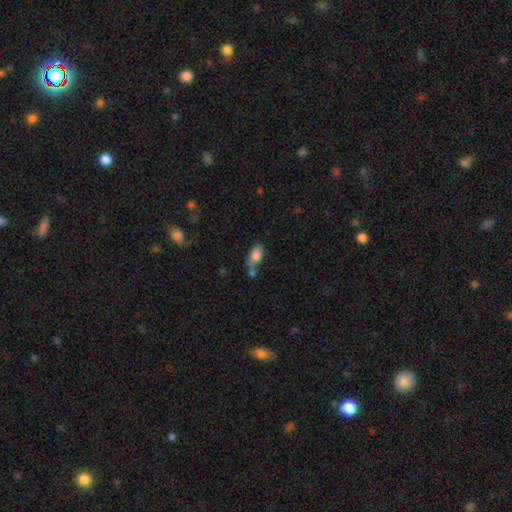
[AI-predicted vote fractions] Smooth or featured? smooth (81%)
How rounded? in between (85%)
Merging? none (46%)